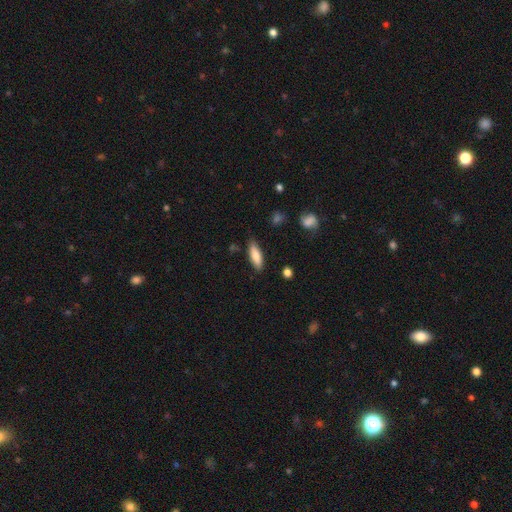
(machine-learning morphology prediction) smooth_or_featured: smooth (p=0.81) [alt: featured or disk p=0.13]
how_rounded: in between (p=0.55) [alt: cigar-shaped p=0.43]
merging: none (p=0.81) [alt: minor disturbance p=0.14]